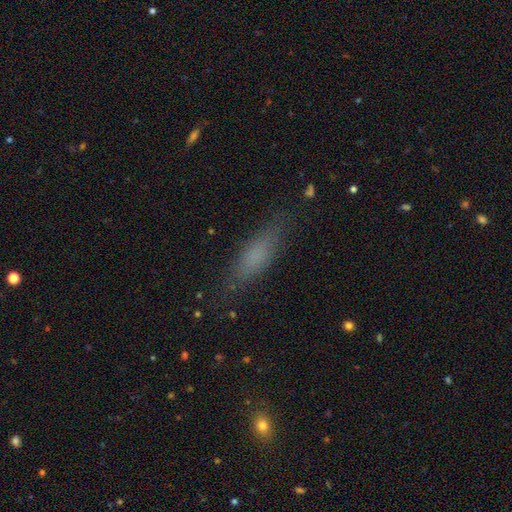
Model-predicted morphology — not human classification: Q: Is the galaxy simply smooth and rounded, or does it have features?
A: smooth — 73%.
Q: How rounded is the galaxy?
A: cigar-shaped — 55%.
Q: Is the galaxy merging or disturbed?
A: none — 80%.